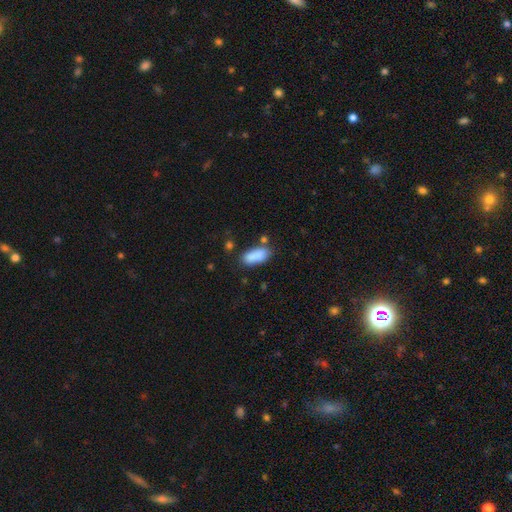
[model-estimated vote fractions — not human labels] smooth 85%, star or artifact 7%, featured or disk 7%. Down the decision tree: how rounded — in between (82%); merging — none (65%).